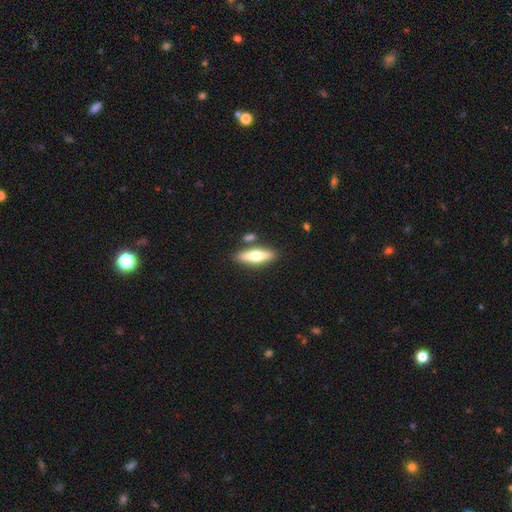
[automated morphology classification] A featured or disk galaxy (47%, tied with smooth). Merging: none (80%).